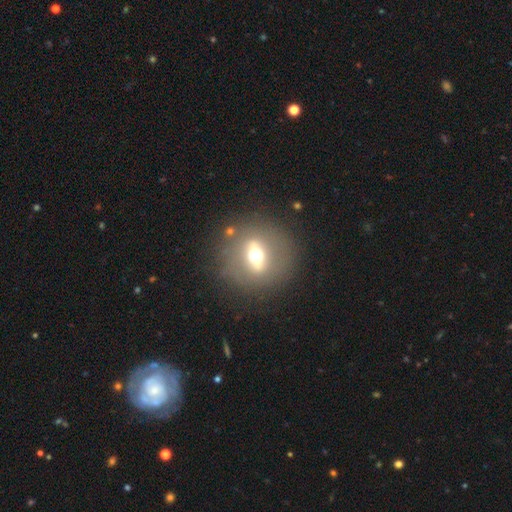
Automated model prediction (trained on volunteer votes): This appears to be a featured or disk galaxy (54%). Merging: none (82%).